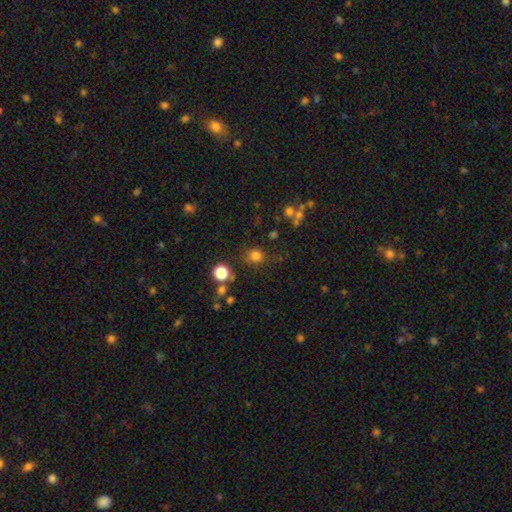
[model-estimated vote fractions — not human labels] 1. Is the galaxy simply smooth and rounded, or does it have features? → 77% smooth, 17% star or artifact, 5% featured or disk.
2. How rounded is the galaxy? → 84% round, 15% in between, 1% cigar-shaped.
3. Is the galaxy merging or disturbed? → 78% none, 12% minor disturbance, 5% merger, 5% major disturbance.